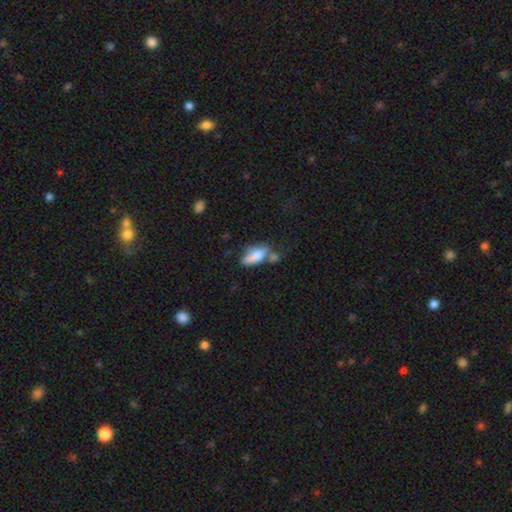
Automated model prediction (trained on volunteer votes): This is likely a smooth galaxy (73%). How rounded: likely in between (76%). Merging: marginally none (35%).